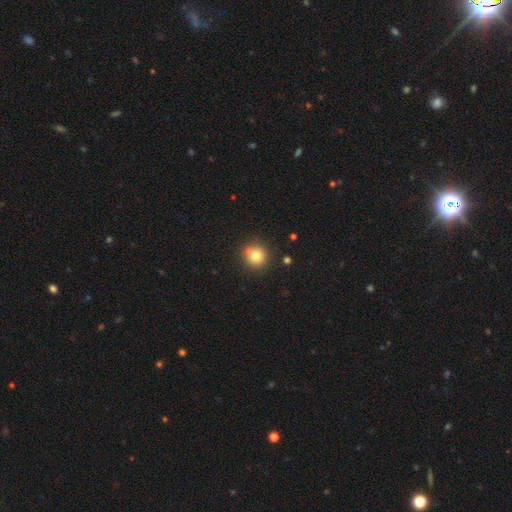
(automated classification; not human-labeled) Smooth or featured? Predicted: smooth (p=0.81). How rounded? Predicted: round (p=0.90). Merging? Predicted: none (p=0.84).